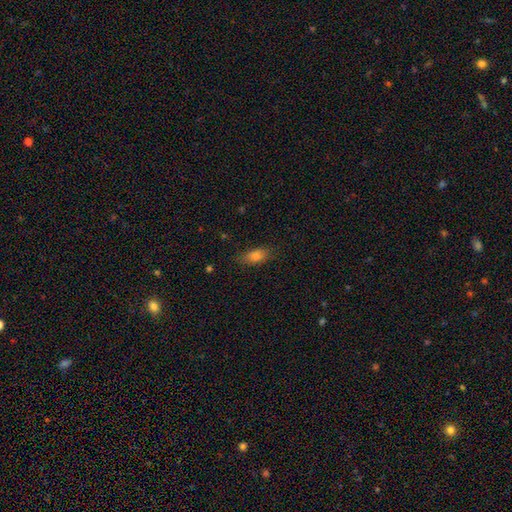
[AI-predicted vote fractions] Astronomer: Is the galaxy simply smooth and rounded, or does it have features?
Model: smooth — 76%.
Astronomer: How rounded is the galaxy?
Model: in between — 75%.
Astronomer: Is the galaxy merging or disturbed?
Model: none — 80%.